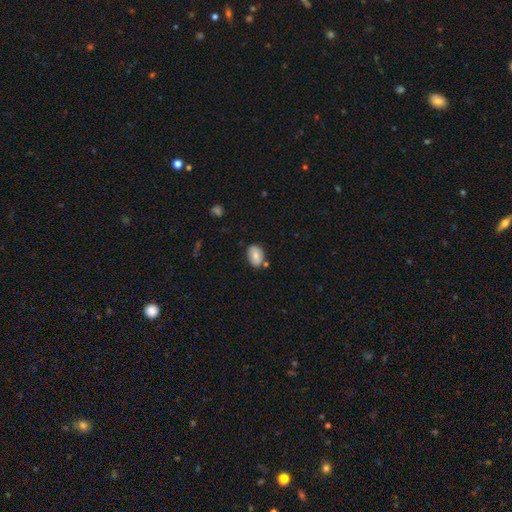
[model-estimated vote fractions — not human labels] Smooth or featured: smooth — 69% (featured or disk — 23%)
How rounded: in between — 80% (round — 19%)
Merging: none — 71% (minor disturbance — 18%)